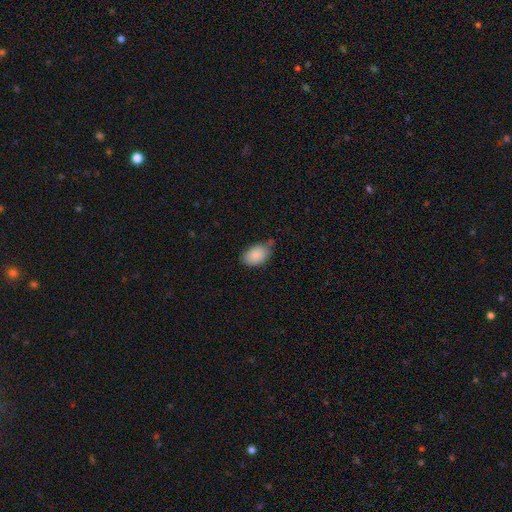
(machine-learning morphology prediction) This appears to be a smooth galaxy with no disk features (88%) that is in between round and cigar-shaped (87%). Merging: none (61%).